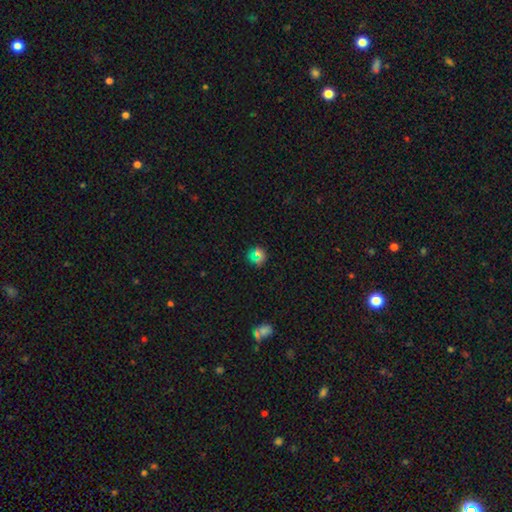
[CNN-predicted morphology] Smooth or featured: smooth — 64% (star or artifact — 26%)
How rounded: round — 91% (in between — 8%)
Merging: none — 84% (minor disturbance — 9%)